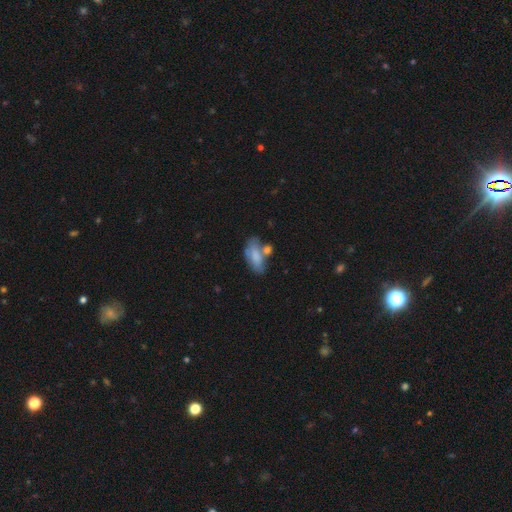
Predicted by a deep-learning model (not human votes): This is likely a smooth galaxy (70%). How rounded: clearly in between (85%). Merging: marginally none (40%).